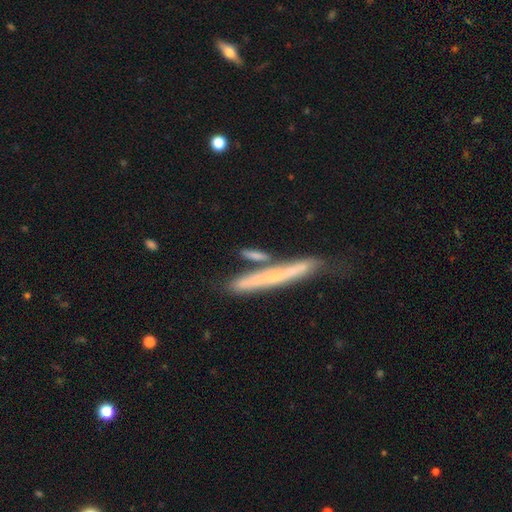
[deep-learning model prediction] Smooth or featured: smooth — 67% (featured or disk — 25%)
How rounded: cigar-shaped — 76% (in between — 20%)
Merging: none — 61% (merger — 20%)